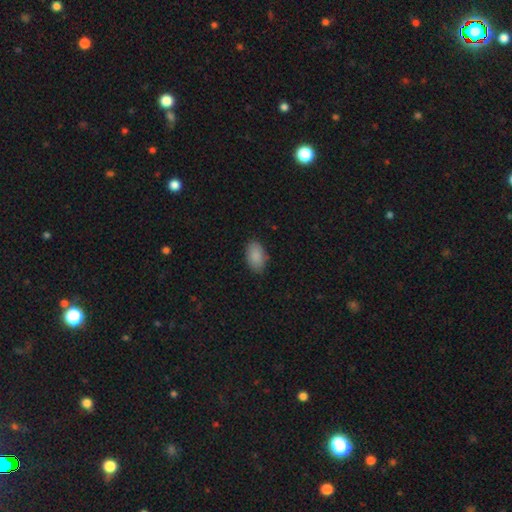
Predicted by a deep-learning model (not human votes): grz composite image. It shows a smooth galaxy with no disk features (89%) that is in between round and cigar-shaped (93%). Merging: none (83%).